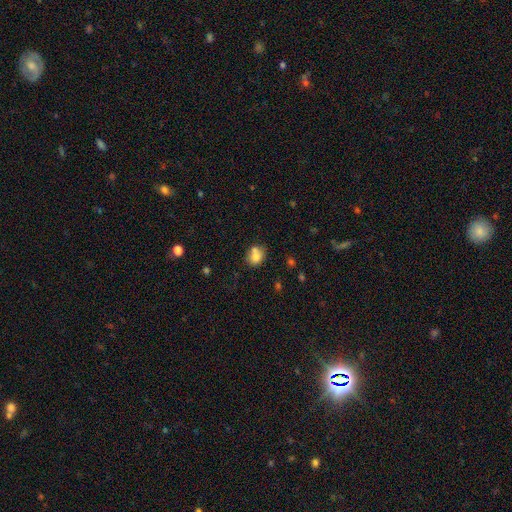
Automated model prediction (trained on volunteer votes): Overall: smooth (75%). How rounded: round (64%; in between 35%). Merging: none (48%; merger 36%).